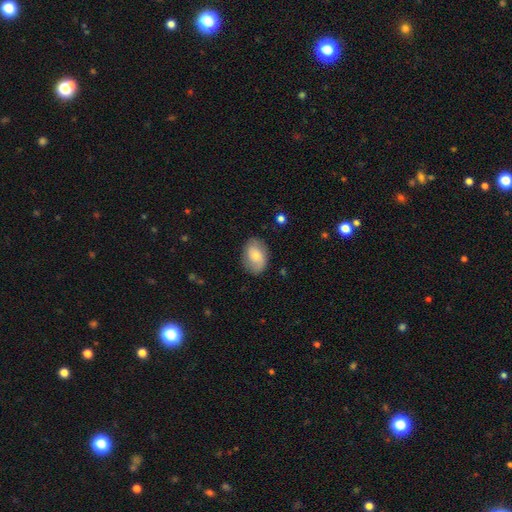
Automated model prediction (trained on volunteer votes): Smooth or featured? smooth (69%)
How rounded? in between (84%)
Merging? none (79%)